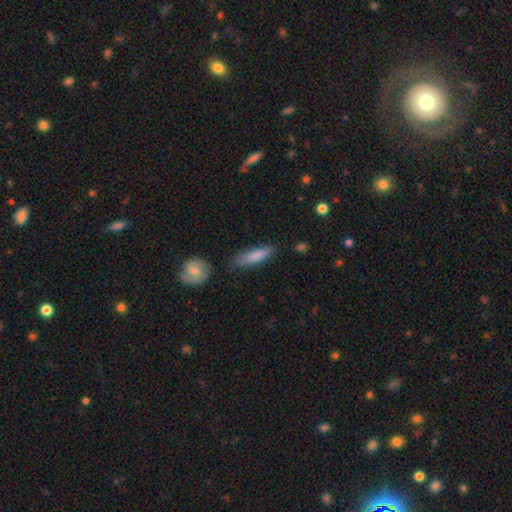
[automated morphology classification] smooth 81%, featured or disk 13%, star or artifact 6%. Down the decision tree: how rounded — cigar-shaped (71%); merging — none (73%).